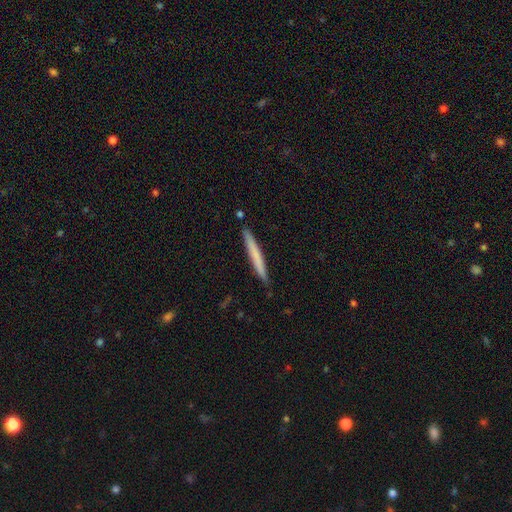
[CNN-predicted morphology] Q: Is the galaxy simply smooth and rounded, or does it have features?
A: smooth — 66%.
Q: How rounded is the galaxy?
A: cigar-shaped — 97%.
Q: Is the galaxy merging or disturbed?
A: none — 89%.